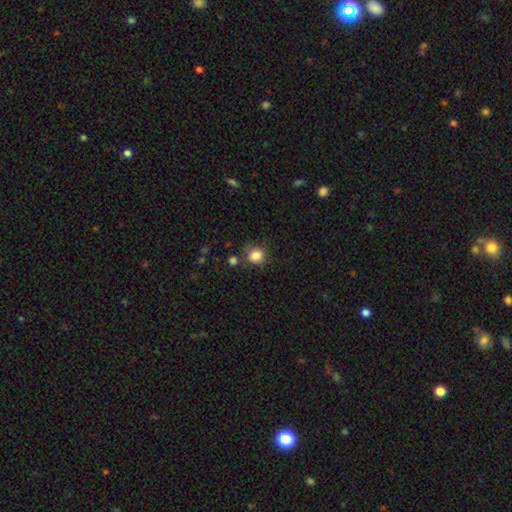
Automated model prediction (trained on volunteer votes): This is clearly a smooth galaxy (84%). How rounded: clearly round (87%). Merging: likely none (72%).